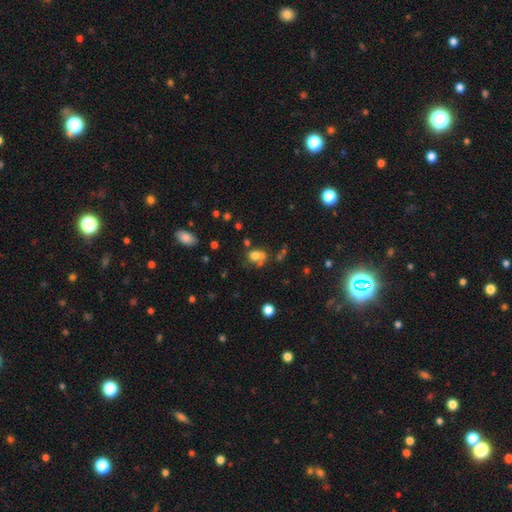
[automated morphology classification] The model was most divided on "merging": merger: 41%, none: 35%, minor disturbance: 14%, major disturbance: 11%. More confident: smooth or featured — smooth (68%); how rounded — round (58%).